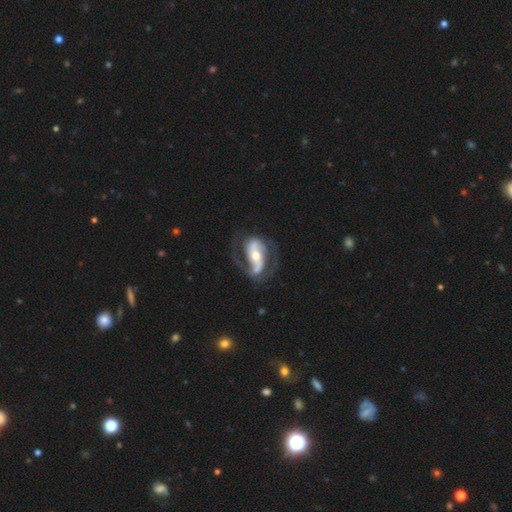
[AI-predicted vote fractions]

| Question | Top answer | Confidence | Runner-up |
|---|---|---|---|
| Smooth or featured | featured or disk | 85% | smooth (11%) |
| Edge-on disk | no | 95% | yes (5%) |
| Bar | strong | 51% | weak (25%) |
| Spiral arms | yes | 91% | no (9%) |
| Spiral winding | medium | 47% | loose (32%) |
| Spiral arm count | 2 | 88% | can't tell (4%) |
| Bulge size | moderate | 62% | small (30%) |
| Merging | none | 67% | minor disturbance (16%) |